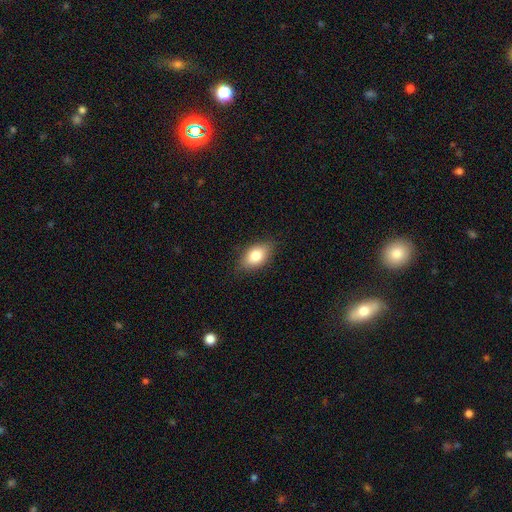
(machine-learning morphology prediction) smooth_or_featured: smooth (p=0.81) [alt: featured or disk p=0.12]
how_rounded: in between (p=0.89) [alt: round p=0.08]
merging: none (p=0.84) [alt: minor disturbance p=0.13]